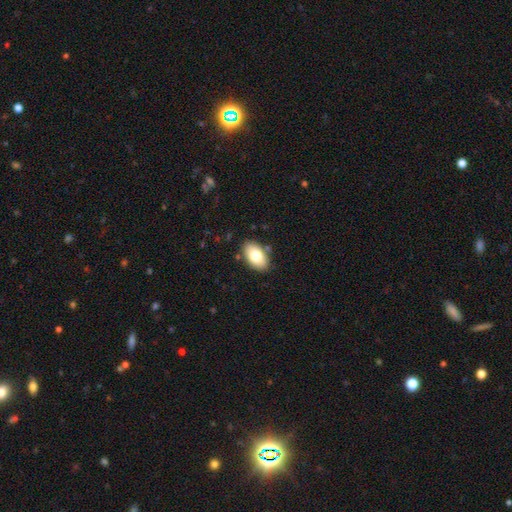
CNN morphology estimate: Smooth or featured? Predicted: smooth (p=0.77). How rounded? Predicted: in between (p=0.92). Merging? Predicted: none (p=0.85).